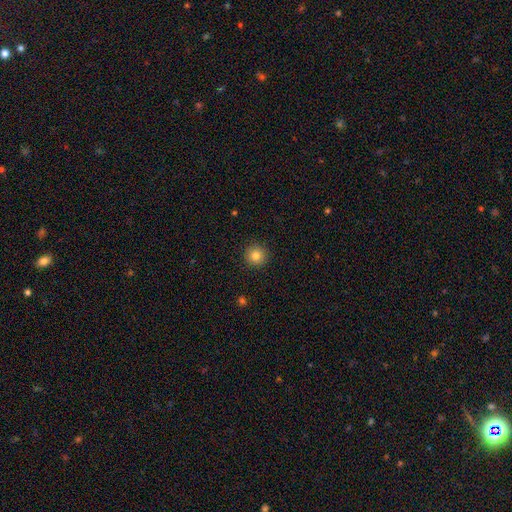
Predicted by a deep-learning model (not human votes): A smooth galaxy with no disk features (81%) that is round (95%).

Vote fractions:
- Smooth or featured? smooth: 81% / star or artifact: 12% / featured or disk: 7%
- How rounded? round: 95% / in between: 4% / cigar-shaped: 1%
- Merging? none: 92% / minor disturbance: 5% / major disturbance: 2% / merger: 1%